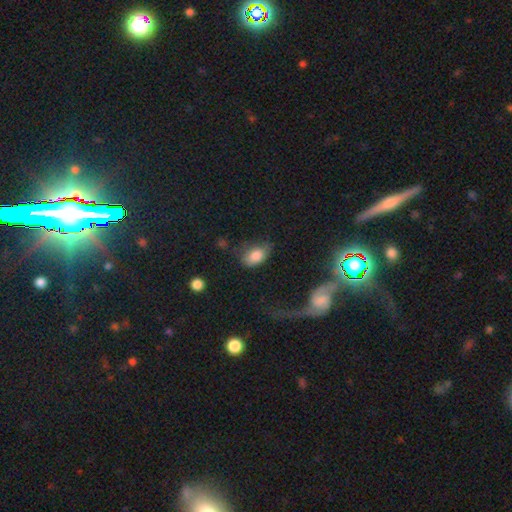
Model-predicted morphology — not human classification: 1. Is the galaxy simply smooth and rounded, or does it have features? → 78% smooth, 14% featured or disk, 8% star or artifact.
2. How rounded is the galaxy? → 87% in between, 12% round, 2% cigar-shaped.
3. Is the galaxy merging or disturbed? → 43% none, 31% minor disturbance, 21% major disturbance, 6% merger.